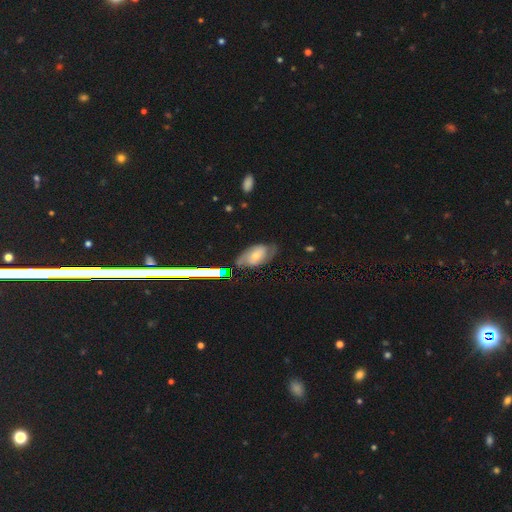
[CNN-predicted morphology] Overall: featured or disk (59%; smooth 28%). Edge-on disk: no (93%). Bar: no (62%; weak 29%). Spiral arms: yes (87%). Bulge size: small (54%; moderate 38%). Merging: none (65%).